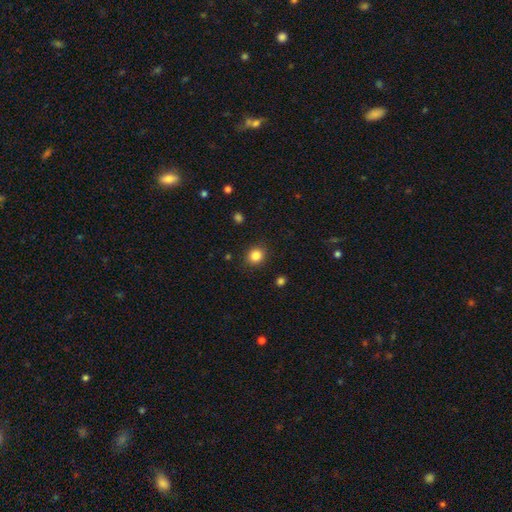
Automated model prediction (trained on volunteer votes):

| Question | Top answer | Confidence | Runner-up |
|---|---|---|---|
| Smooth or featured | smooth | 84% | star or artifact (11%) |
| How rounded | round | 82% | in between (18%) |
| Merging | none | 90% | minor disturbance (7%) |